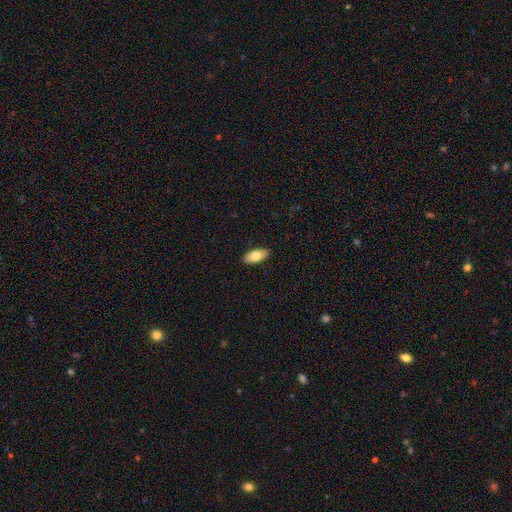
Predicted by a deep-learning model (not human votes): Smooth or featured? smooth (79%)
How rounded? in between (91%)
Merging? none (90%)